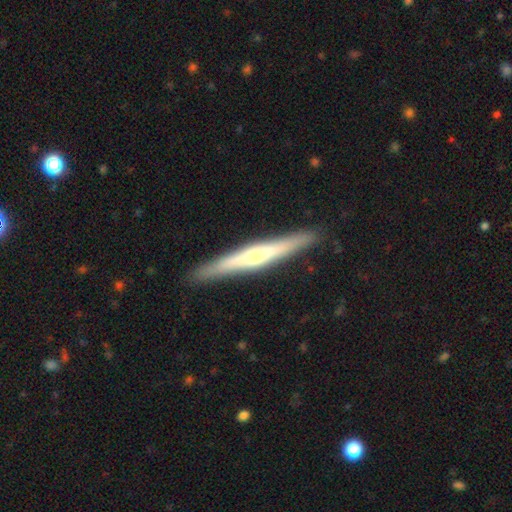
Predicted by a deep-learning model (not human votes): smooth-or-featured: featured or disk: 61% | smooth: 34% | star or artifact: 5%
  disk-edge-on: yes: 97% | no: 3%
    edge-on-bulge: rounded: 58% | none: 27% | boxy: 15%
  merging: none: 90% | minor disturbance: 7% | major disturbance: 1% | merger: 1%